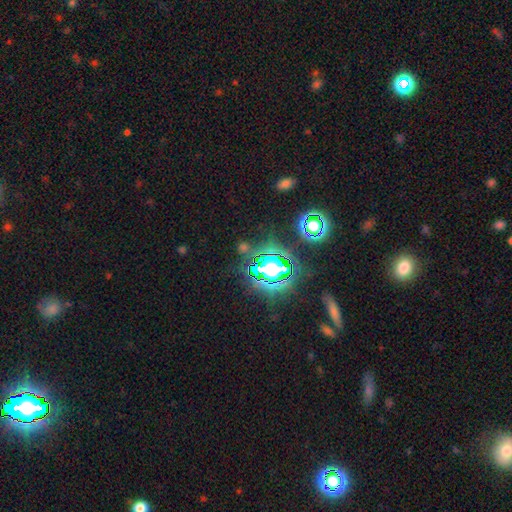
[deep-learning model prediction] Smooth or featured? Predicted: star or artifact (p=0.80).